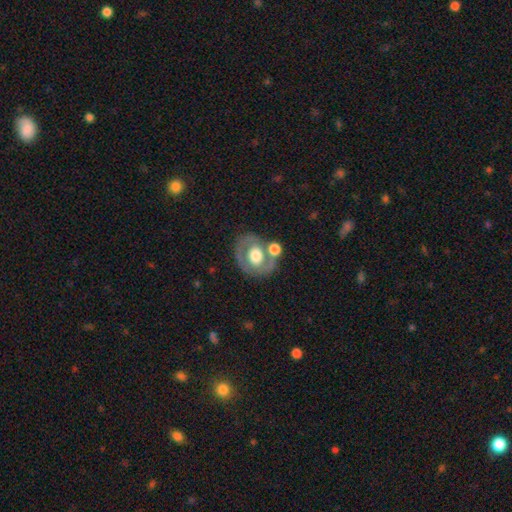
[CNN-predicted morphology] smooth_or_featured: featured or disk (p=0.52) [alt: smooth p=0.41]
disk_edge_on: no (p=0.94) [alt: yes p=0.06]
merging: none (p=0.55) [alt: merger p=0.21]